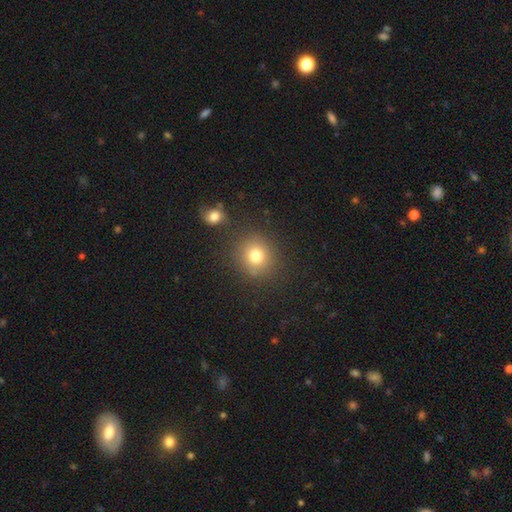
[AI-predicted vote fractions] smooth 78%, star or artifact 14%, featured or disk 8%. Down the decision tree: how rounded — round (85%); merging — none (82%).